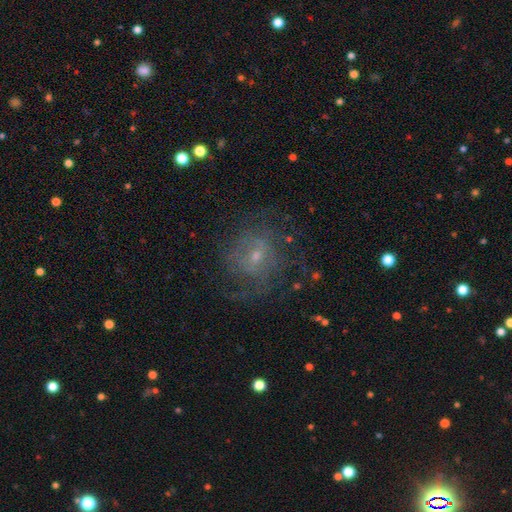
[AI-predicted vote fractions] Q: Smooth or featured?
A: featured or disk (62%); runner-up: smooth (24%)
Q: Edge-on disk?
A: no (96%); runner-up: yes (4%)
Q: Bar?
A: no (54%); runner-up: weak (39%)
Q: Spiral arms?
A: yes (69%); runner-up: no (31%)
Q: Bulge size?
A: small (68%); runner-up: moderate (26%)
Q: Merging?
A: none (63%); runner-up: minor disturbance (18%)